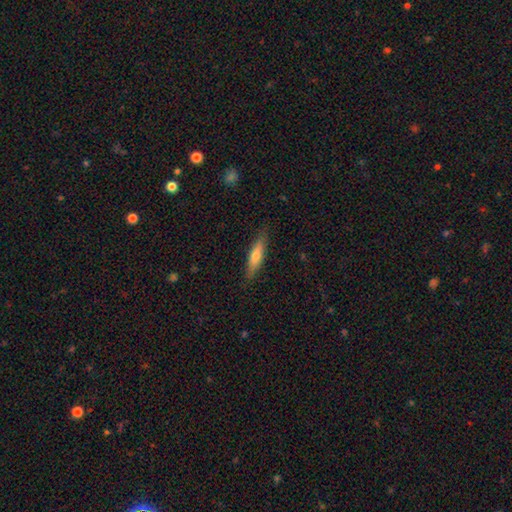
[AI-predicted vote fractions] Smooth or featured? Predicted: smooth (p=0.62). How rounded? Predicted: cigar-shaped (p=0.80). Merging? Predicted: none (p=0.86).